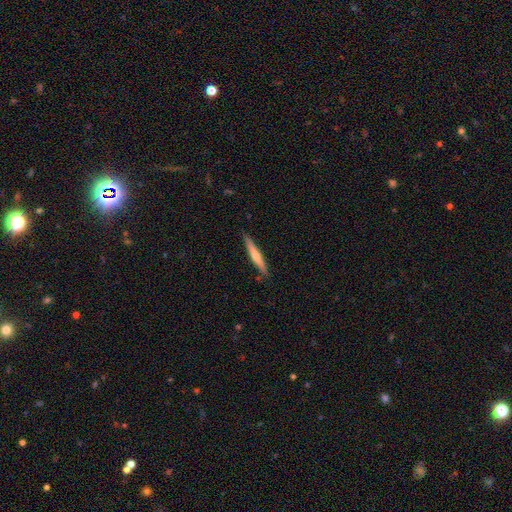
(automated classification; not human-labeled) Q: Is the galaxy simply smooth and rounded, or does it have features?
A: featured or disk — 49%.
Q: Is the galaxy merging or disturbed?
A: none — 88%.